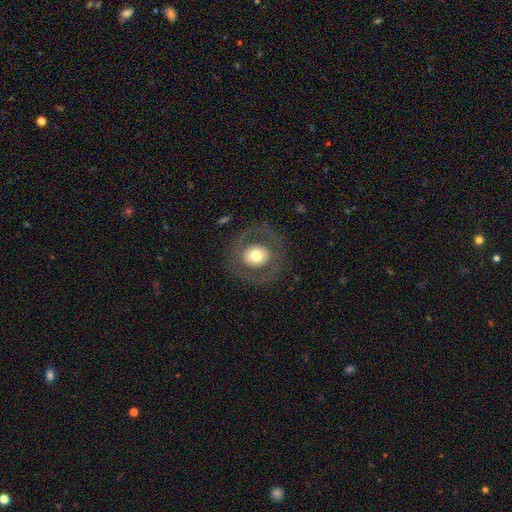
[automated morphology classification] Smooth or featured? Predicted: smooth (p=0.50). How rounded? Predicted: round (p=0.85). Merging? Predicted: none (p=0.81).